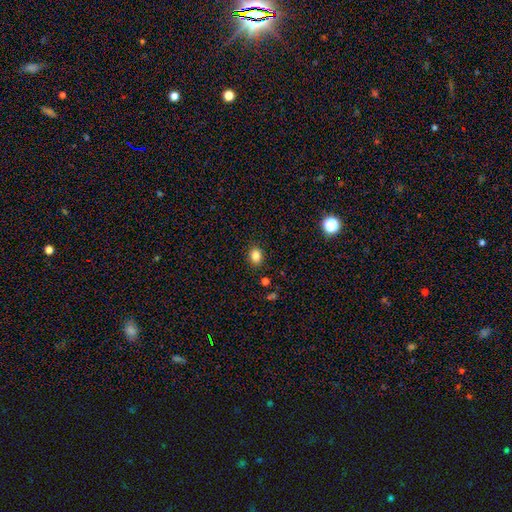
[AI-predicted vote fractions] A smooth galaxy with no disk features (84%) that is in between round and cigar-shaped (54%). Merging: none (88%).